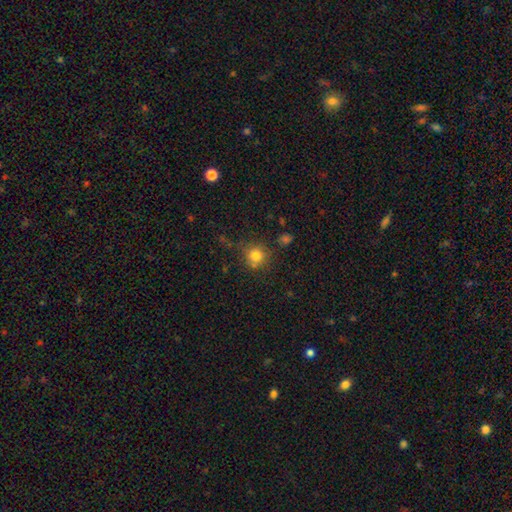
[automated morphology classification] This appears to be a smooth galaxy with no disk features (80%) that is round (91%). Merging: none (75%).